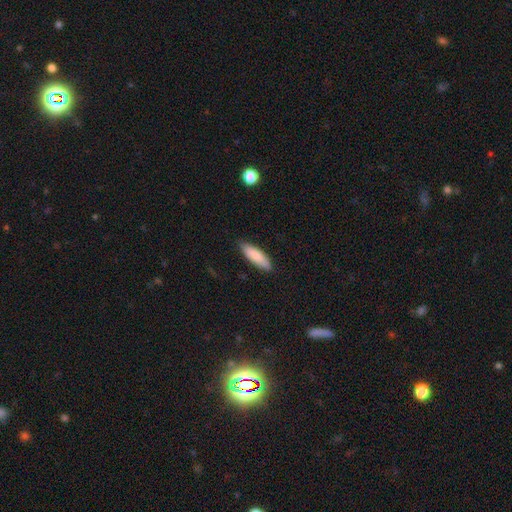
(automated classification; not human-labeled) Overall: smooth (83%). How rounded: cigar-shaped (50%; in between 48%). Merging: none (85%).